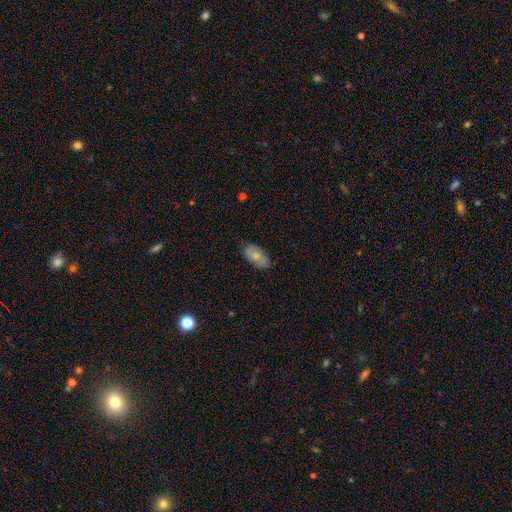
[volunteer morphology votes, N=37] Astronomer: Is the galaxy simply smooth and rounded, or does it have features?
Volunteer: smooth — 70%.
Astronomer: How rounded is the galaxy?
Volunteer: in between — 92%.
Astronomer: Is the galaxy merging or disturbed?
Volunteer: none — 78%.